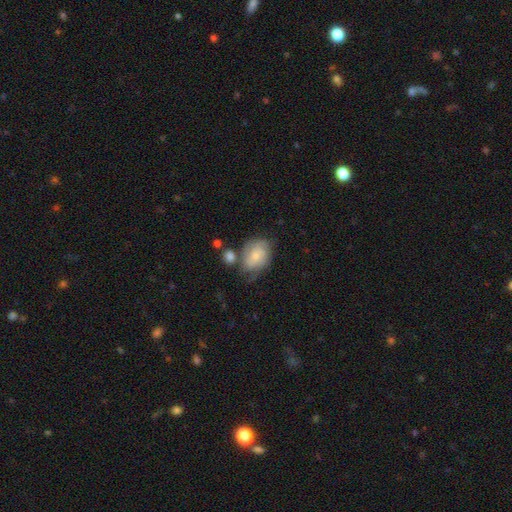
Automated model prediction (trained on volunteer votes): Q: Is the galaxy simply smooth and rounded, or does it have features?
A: featured or disk — 50%.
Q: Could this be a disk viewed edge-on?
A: no — 96%.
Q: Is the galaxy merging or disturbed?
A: none — 48%.